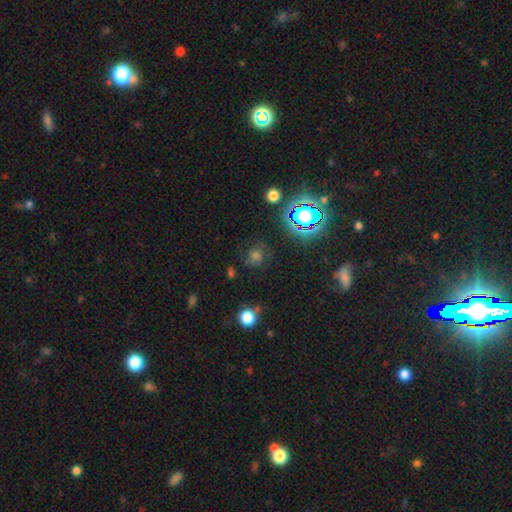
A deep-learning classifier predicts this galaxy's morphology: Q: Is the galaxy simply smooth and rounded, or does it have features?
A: smooth — 48%.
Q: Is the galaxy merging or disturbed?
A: none — 75%.